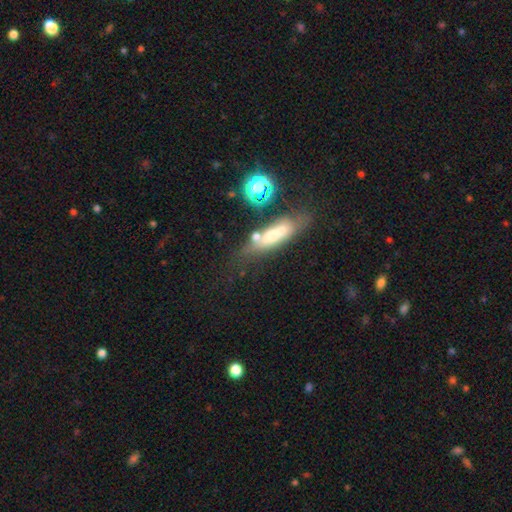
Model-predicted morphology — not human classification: Smooth or featured: smooth — 40% (featured or disk — 37%)
Merging: none — 56% (minor disturbance — 18%)